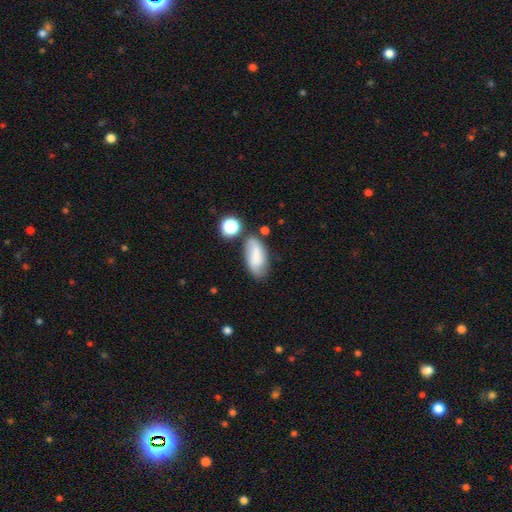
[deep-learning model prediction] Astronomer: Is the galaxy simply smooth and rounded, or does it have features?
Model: smooth — 71%.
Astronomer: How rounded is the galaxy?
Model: in between — 88%.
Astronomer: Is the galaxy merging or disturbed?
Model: none — 59%.